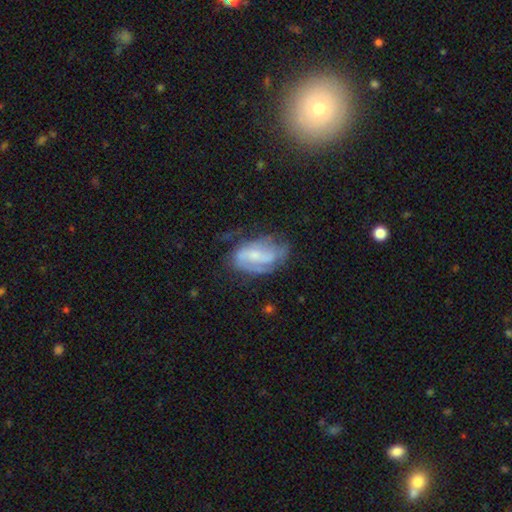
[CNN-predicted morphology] Q: Smooth or featured?
A: featured or disk (72%); runner-up: smooth (21%)
Q: Edge-on disk?
A: no (96%); runner-up: yes (4%)
Q: Bar?
A: weak (43%); runner-up: no (35%)
Q: Spiral arms?
A: yes (86%); runner-up: no (14%)
Q: Spiral winding?
A: medium (44%); runner-up: tight (32%)
Q: Spiral arm count?
A: 2 (53%); runner-up: can't tell (23%)
Q: Bulge size?
A: small (54%); runner-up: moderate (31%)
Q: Merging?
A: none (54%); runner-up: minor disturbance (26%)